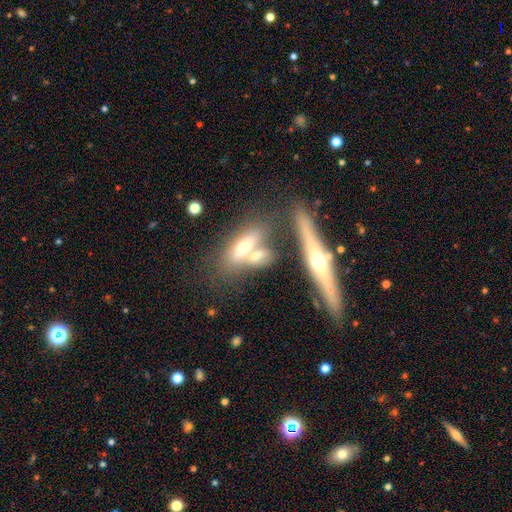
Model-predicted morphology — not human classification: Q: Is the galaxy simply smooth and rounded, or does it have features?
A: smooth — 50%.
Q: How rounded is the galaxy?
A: in between — 53%.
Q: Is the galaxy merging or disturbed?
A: merger — 47%.